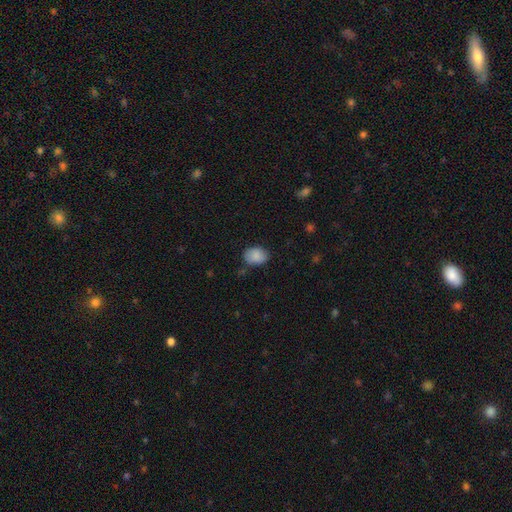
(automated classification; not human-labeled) Morphology: type=smooth (87%); roundness=in between (67%); merging=none (76%).